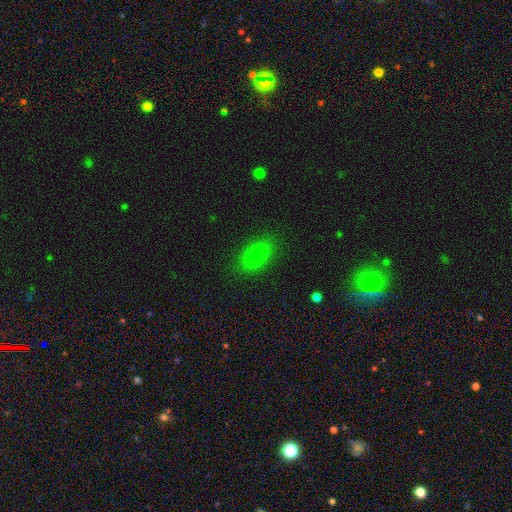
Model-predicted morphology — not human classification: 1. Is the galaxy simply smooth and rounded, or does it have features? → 81% smooth, 12% star or artifact, 8% featured or disk.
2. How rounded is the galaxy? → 86% in between, 9% round, 5% cigar-shaped.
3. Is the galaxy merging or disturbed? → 84% none, 11% minor disturbance, 3% major disturbance, 1% merger.